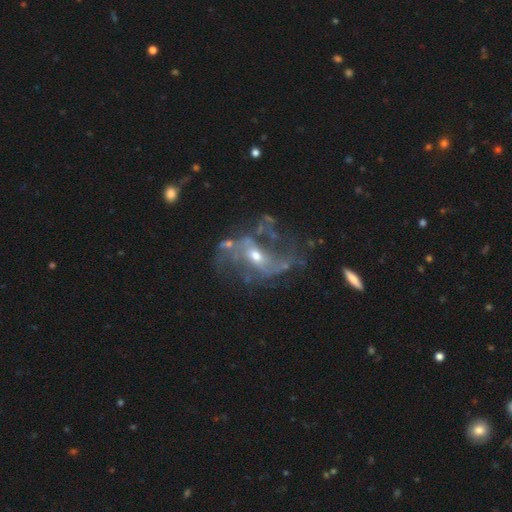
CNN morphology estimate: The model was most divided on "bulge size": small: 49%, moderate: 45%, none: 3%, large: 2%, dominant: 1%. Remaining: edge-on disk — no (95%); smooth or featured — featured or disk (81%); spiral arms — yes (79%); spiral winding — loose (57%); spiral arm count — 2 (51%); merging — none (46%); bar — no (44%).